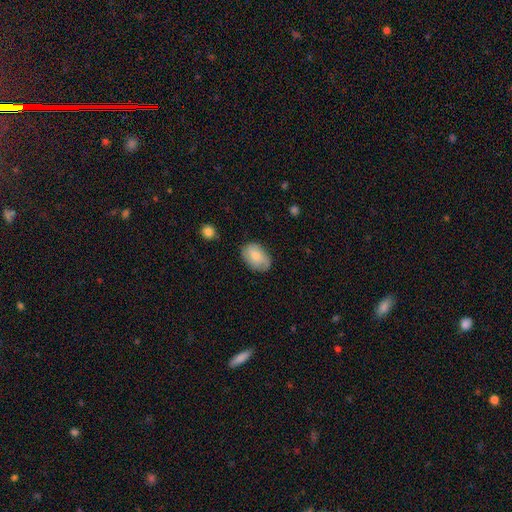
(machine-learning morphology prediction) type=smooth (67%); roundness=in between (85%); merging=none (72%).